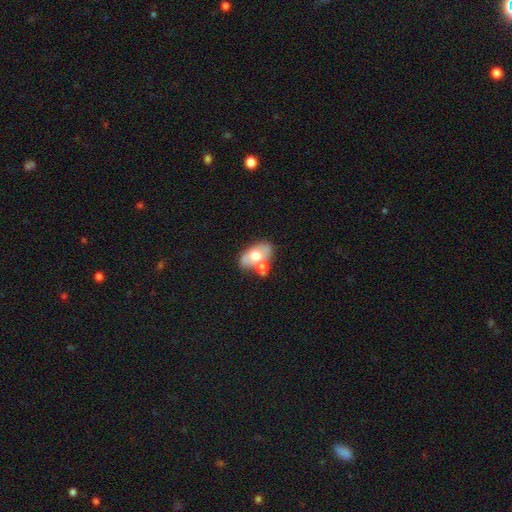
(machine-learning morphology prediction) Overall: smooth (53%; featured or disk 41%). How rounded: in between (89%). Merging: none (41%; merger 38%).